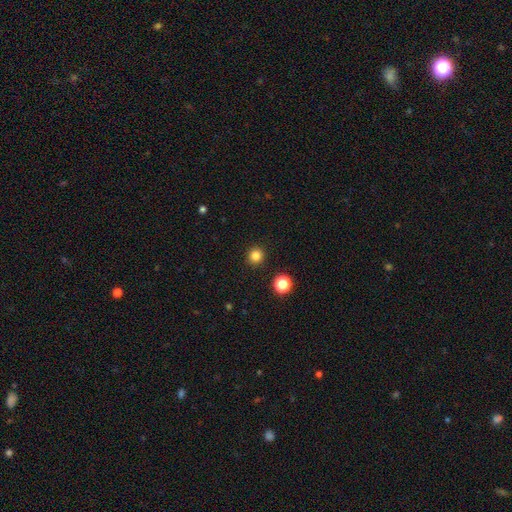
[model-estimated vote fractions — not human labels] Overall: smooth (82%). How rounded: round (93%). Merging: none (92%).